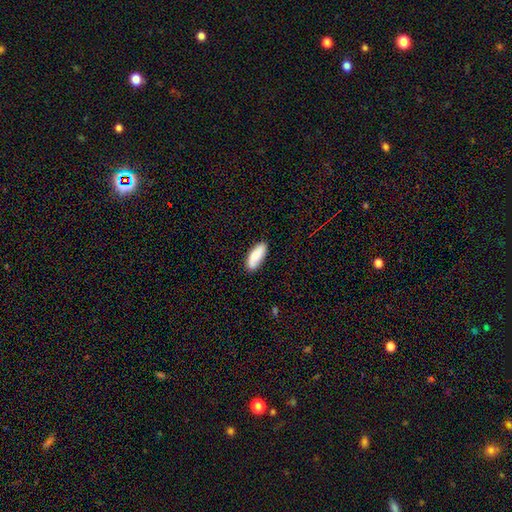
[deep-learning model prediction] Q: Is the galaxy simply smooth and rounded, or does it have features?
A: smooth — 84%.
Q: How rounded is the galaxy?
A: in between — 78%.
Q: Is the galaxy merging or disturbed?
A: none — 81%.